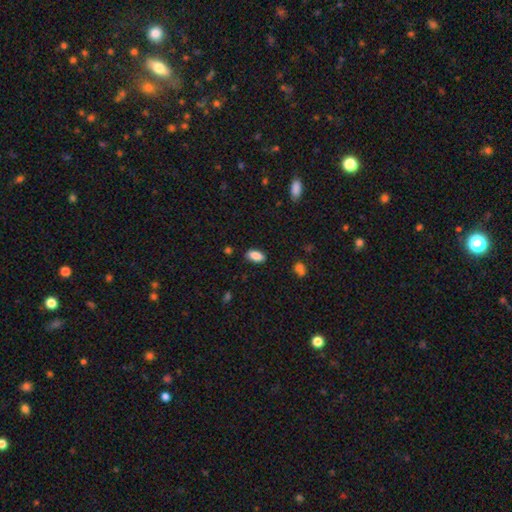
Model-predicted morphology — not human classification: type=smooth (88%); roundness=in between (90%); merging=none (86%).